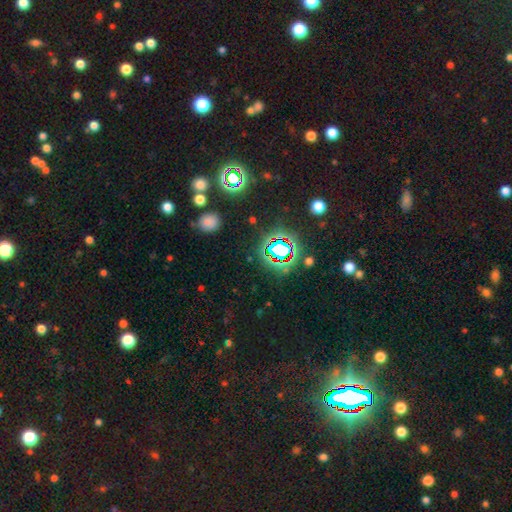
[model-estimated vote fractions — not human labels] star or artifact 79%, smooth 13%, featured or disk 8%.